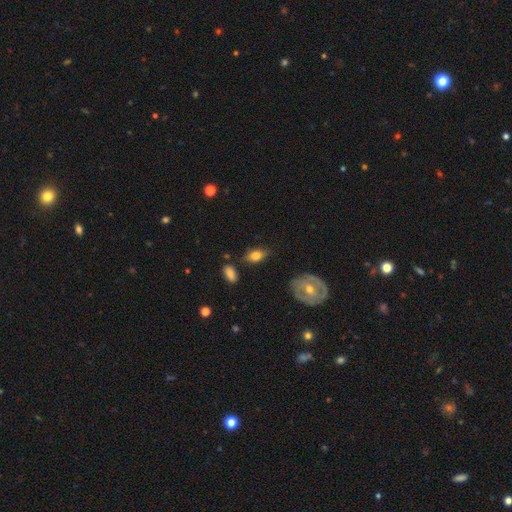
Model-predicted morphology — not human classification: smooth 74%, featured or disk 18%, star or artifact 8%. Down the decision tree: how rounded — in between (86%); merging — none (73%).